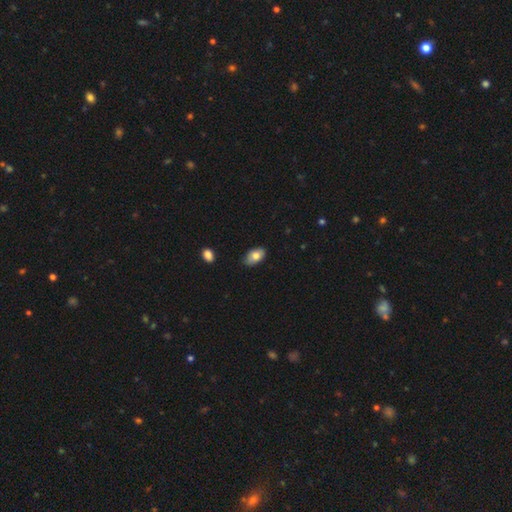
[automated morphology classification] Smooth or featured? smooth (77%)
How rounded? in between (93%)
Merging? none (81%)